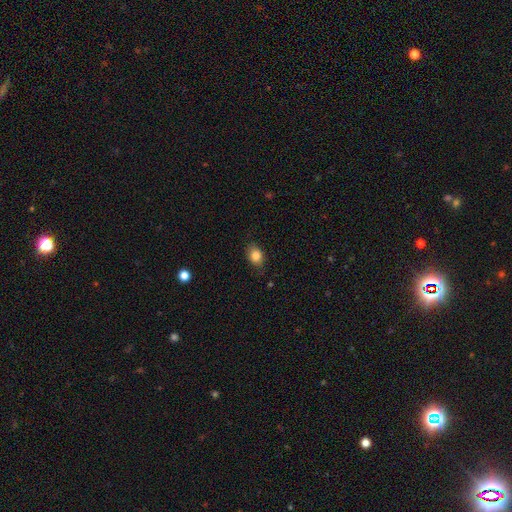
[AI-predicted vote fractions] This is clearly a smooth galaxy (84%). How rounded: likely in between (62%). Merging: clearly none (81%).